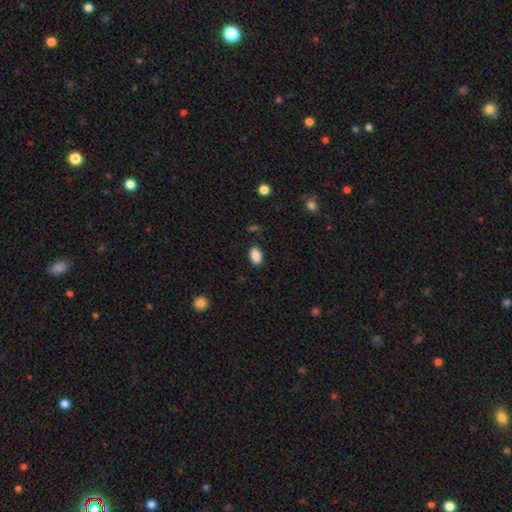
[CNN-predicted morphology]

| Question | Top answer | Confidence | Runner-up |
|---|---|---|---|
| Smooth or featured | smooth | 89% | star or artifact (8%) |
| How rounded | in between | 87% | round (12%) |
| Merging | none | 86% | minor disturbance (10%) |